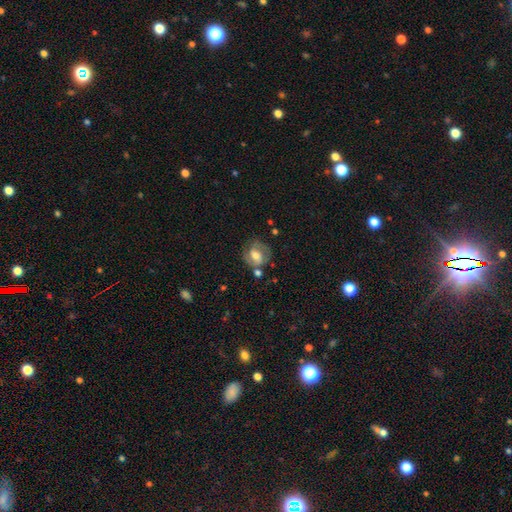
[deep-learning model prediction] smooth_or_featured: featured or disk (p=0.54) [alt: smooth p=0.38]
disk_edge_on: no (p=0.96) [alt: yes p=0.04]
bar: weak (p=0.44) [alt: no p=0.34]
has_spiral_arms: yes (p=0.72) [alt: no p=0.28]
bulge_size: moderate (p=0.63) [alt: small p=0.17]
merging: none (p=0.61) [alt: minor disturbance p=0.20]